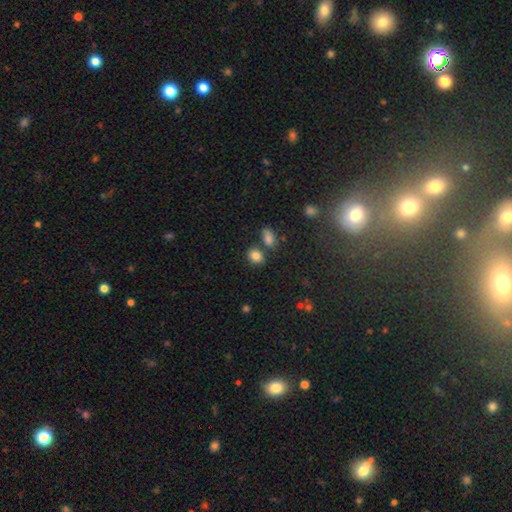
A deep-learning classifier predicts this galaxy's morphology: smooth_or_featured: smooth (p=0.83) [alt: star or artifact p=0.11]
how_rounded: round (p=0.52) [alt: in between p=0.47]
merging: none (p=0.67) [alt: merger p=0.17]